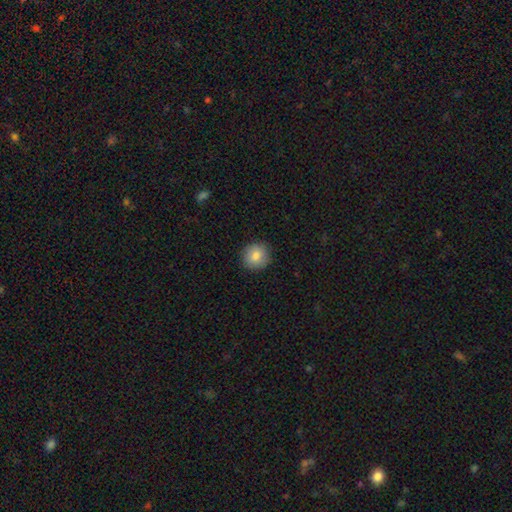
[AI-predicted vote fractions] The model was most divided on "smooth or featured": smooth: 83%, featured or disk: 9%, star or artifact: 8%. More confident: how rounded — round (90%); merging — none (89%).